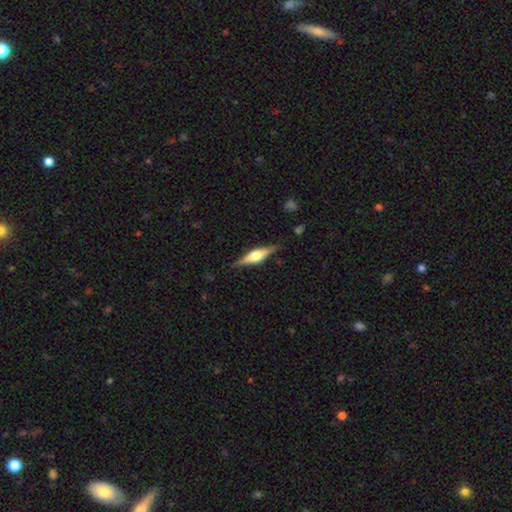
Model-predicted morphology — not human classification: Smooth or featured?
  - featured or disk: 71% *
  - smooth: 23%
  - star or artifact: 6%
Edge-on disk?
  - yes: 97% *
  - no: 3%
Edge-on bulge?
  - rounded: 88% *
  - boxy: 11%
  - none: 2%
Merging?
  - none: 87% *
  - minor disturbance: 10%
  - major disturbance: 2%
  - merger: 1%